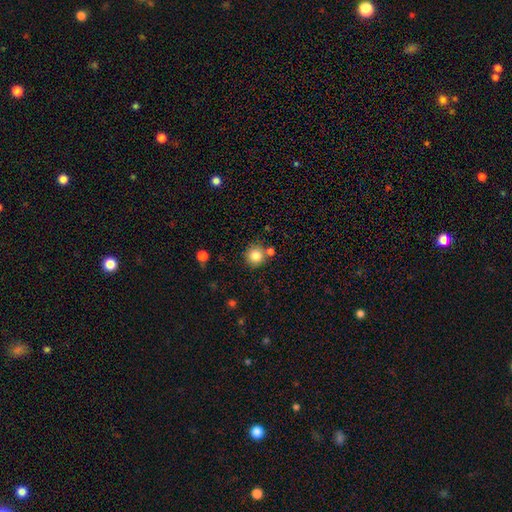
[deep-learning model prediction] A smooth galaxy with no disk features (84%) that is round (93%). Merging: none (77%).